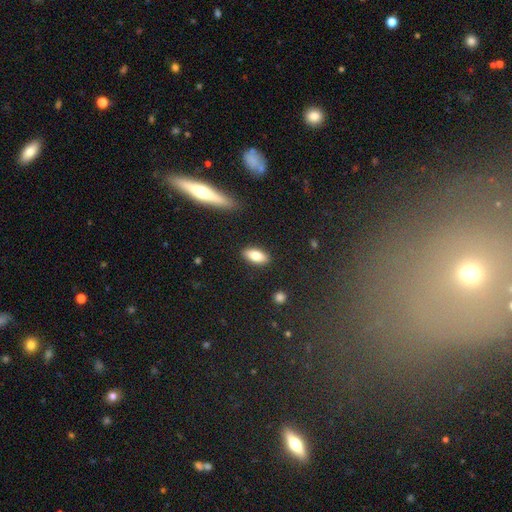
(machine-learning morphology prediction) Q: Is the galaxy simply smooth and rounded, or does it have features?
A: smooth — 80%.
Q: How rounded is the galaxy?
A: in between — 86%.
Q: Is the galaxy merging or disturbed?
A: none — 88%.